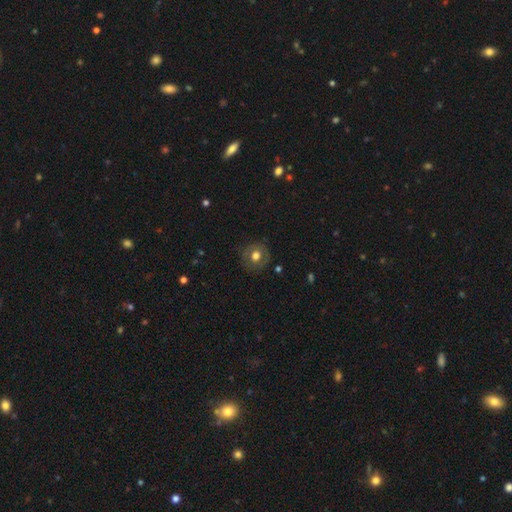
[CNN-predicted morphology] Overall: smooth (62%; featured or disk 29%). How rounded: round (86%). Merging: none (83%).